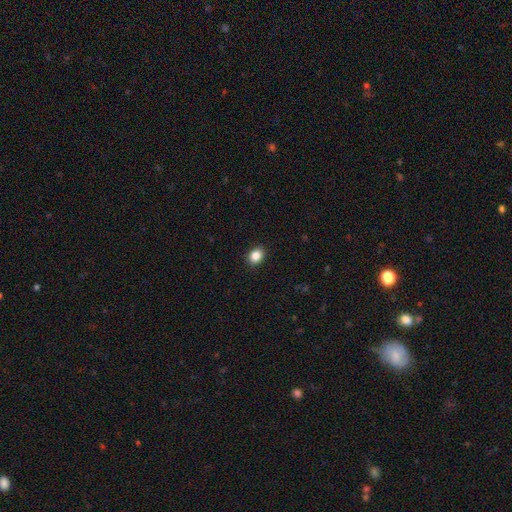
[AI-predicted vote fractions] smooth 86%, star or artifact 9%, featured or disk 4%. Down the decision tree: how rounded — in between (52%); merging — none (91%).